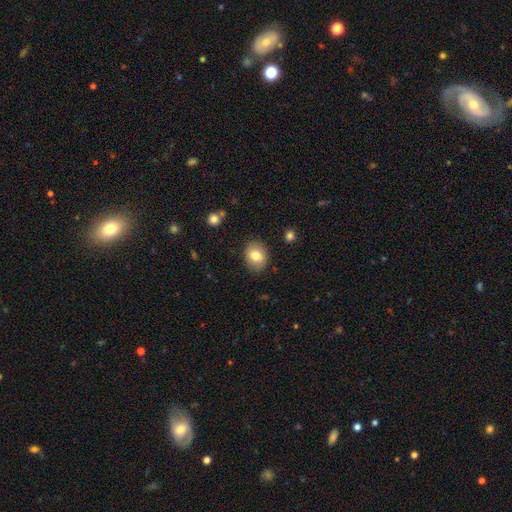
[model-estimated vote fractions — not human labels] Smooth or featured? smooth (81%)
How rounded? in between (51%)
Merging? none (86%)